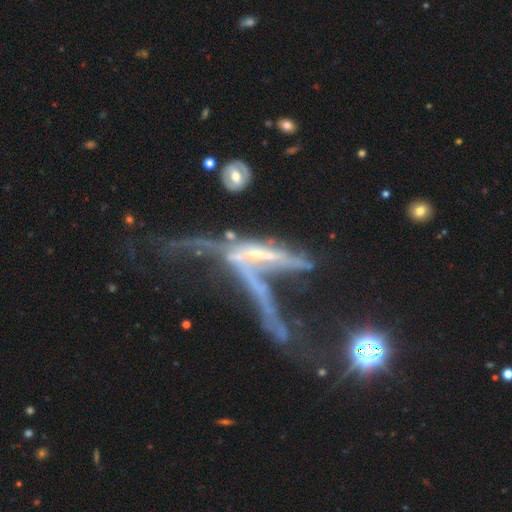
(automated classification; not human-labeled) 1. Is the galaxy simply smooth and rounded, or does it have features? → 72% featured or disk, 14% smooth, 14% star or artifact.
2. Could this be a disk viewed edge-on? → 56% no, 44% yes.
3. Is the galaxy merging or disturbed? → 41% major disturbance, 40% merger, 12% none, 8% minor disturbance.